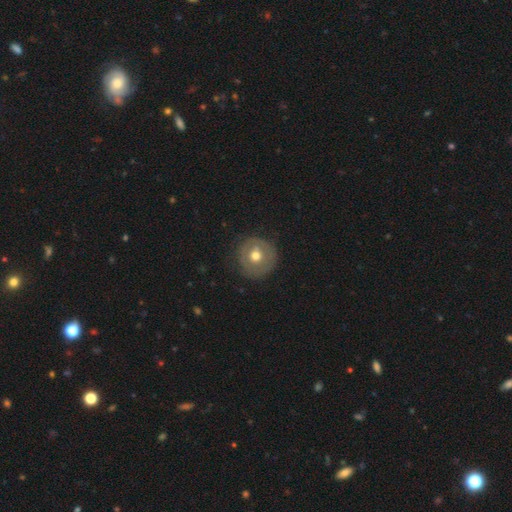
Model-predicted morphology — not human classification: A smooth galaxy with no disk features (52%) that is round (94%). Merging: none (82%).